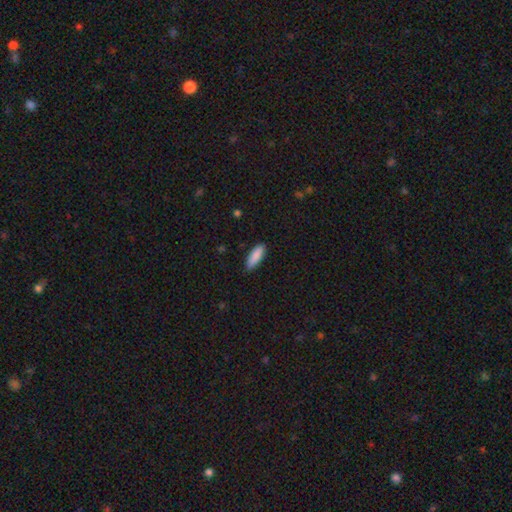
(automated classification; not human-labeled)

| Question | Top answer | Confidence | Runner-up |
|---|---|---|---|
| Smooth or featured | smooth | 89% | star or artifact (6%) |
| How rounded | in between | 60% | cigar-shaped (38%) |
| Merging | none | 86% | minor disturbance (11%) |